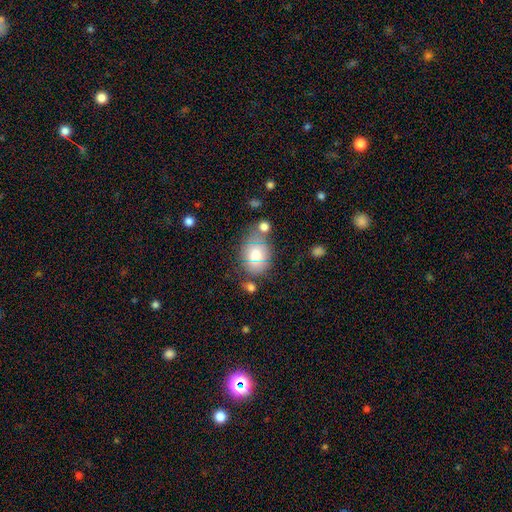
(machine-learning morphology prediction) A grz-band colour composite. It shows a smooth galaxy with no disk features (72%) that is in between round and cigar-shaped (59%). Merging: none (51%).